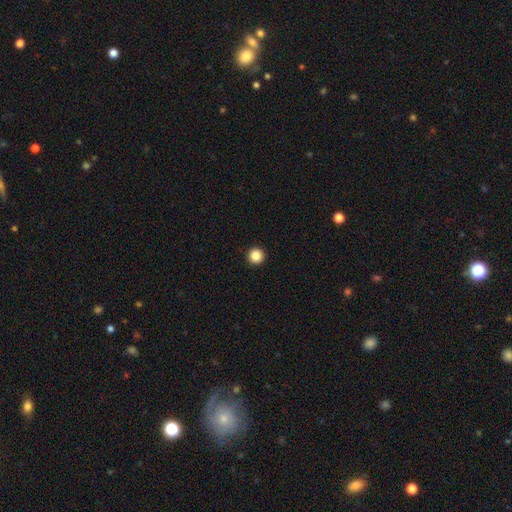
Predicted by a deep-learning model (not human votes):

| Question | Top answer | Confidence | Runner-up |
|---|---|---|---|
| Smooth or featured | smooth | 86% | star or artifact (11%) |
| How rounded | round | 97% | in between (2%) |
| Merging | none | 94% | minor disturbance (4%) |